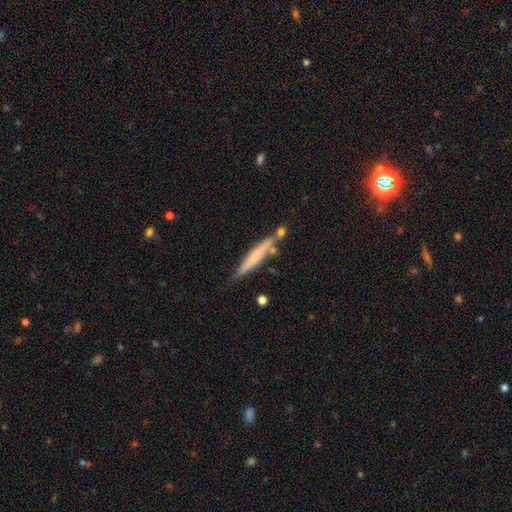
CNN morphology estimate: A smooth galaxy with no disk features (57%) that is cigar-shaped (93%). Merging: none (71%).